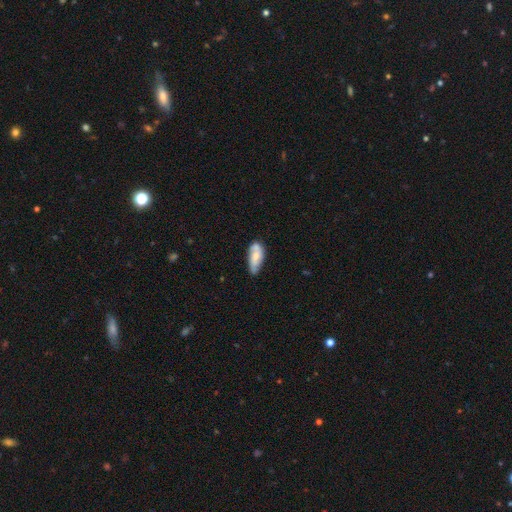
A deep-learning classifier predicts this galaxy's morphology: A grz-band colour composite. It shows a smooth galaxy with no disk features (58%) that is in between round and cigar-shaped (79%). Merging: none (57%).